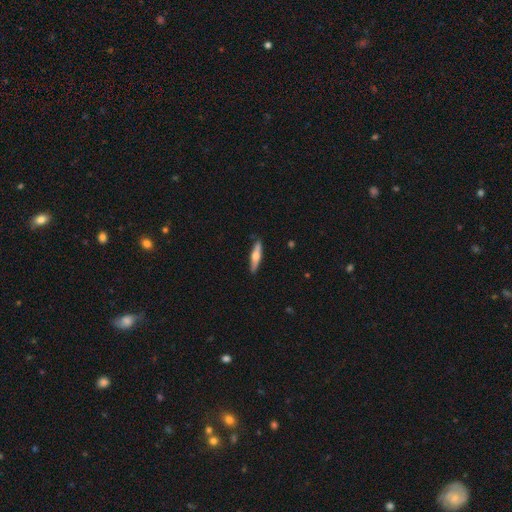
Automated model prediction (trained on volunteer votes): Smooth or featured: featured or disk — 48% (smooth — 47%)
Merging: none — 89% (minor disturbance — 8%)